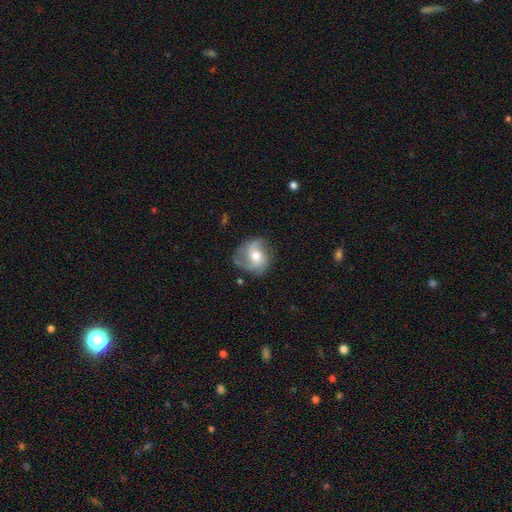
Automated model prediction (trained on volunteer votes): smooth-or-featured: featured or disk: 55% | smooth: 36% | star or artifact: 8%
  disk-edge-on: no: 96% | yes: 4%
    bar: no: 66% | weak: 27% | strong: 7%
    has-spiral-arms: yes: 81% | no: 19%
    bulge-size: moderate: 72% | small: 18% | large: 8% | none: 1% | dominant: 1%
  merging: none: 64% | minor disturbance: 23% | major disturbance: 11% | merger: 2%